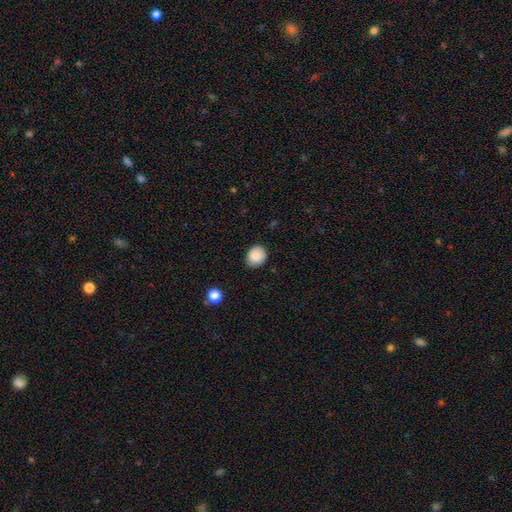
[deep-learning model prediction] Smooth or featured?
  - smooth: 88% *
  - star or artifact: 9%
  - featured or disk: 4%
How rounded?
  - round: 71% *
  - in between: 29%
  - cigar-shaped: 1%
Merging?
  - none: 83% *
  - minor disturbance: 14%
  - major disturbance: 3%
  - merger: 1%